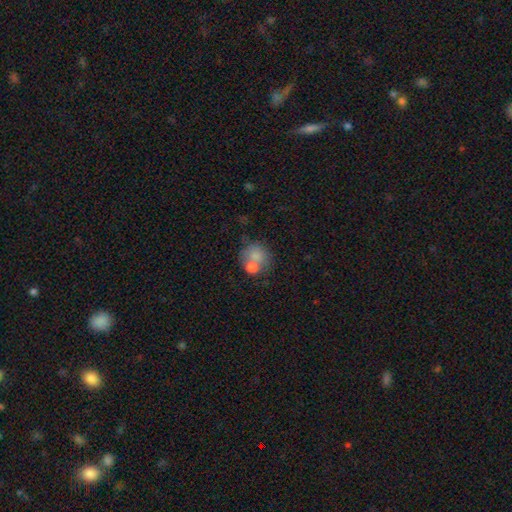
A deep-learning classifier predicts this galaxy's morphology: Q: Smooth or featured?
A: smooth (73%); runner-up: featured or disk (18%)
Q: How rounded?
A: round (73%); runner-up: in between (26%)
Q: Merging?
A: merger (48%); runner-up: none (33%)